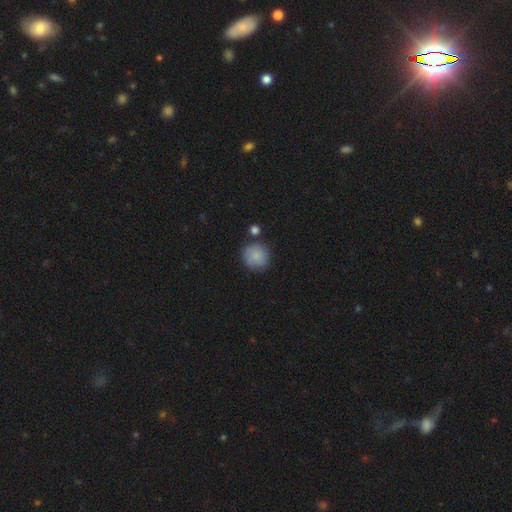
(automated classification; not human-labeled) Morphology: type=smooth (80%); roundness=round (91%); merging=none (73%).